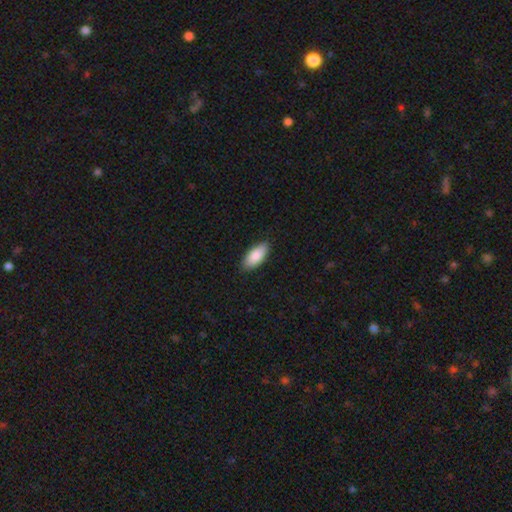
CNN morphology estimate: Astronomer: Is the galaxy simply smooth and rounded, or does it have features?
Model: smooth — 87%.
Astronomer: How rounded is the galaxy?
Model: in between — 89%.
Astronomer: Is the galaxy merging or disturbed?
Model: none — 87%.